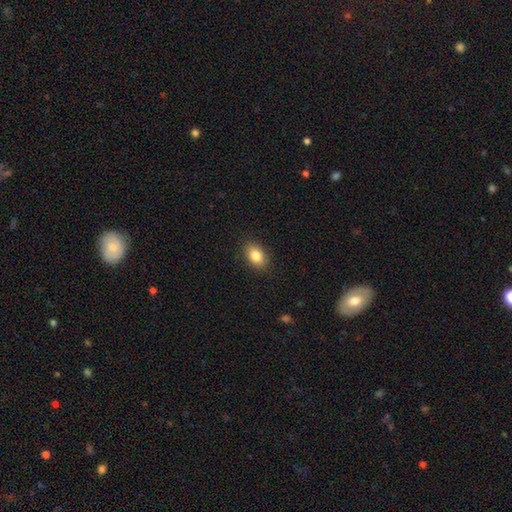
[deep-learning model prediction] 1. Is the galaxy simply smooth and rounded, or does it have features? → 84% smooth, 8% star or artifact, 8% featured or disk.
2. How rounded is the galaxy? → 82% in between, 17% round, 1% cigar-shaped.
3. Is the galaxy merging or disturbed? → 89% none, 8% minor disturbance, 2% major disturbance, 1% merger.